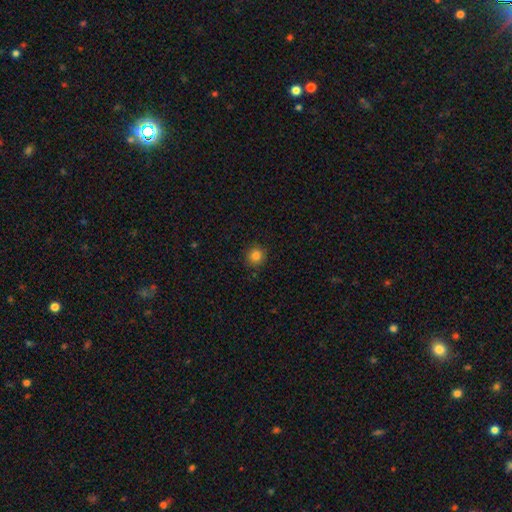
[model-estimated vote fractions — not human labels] Smooth or featured?
  - smooth: 83% *
  - star or artifact: 12%
  - featured or disk: 5%
How rounded?
  - round: 93% *
  - in between: 6%
  - cigar-shaped: 1%
Merging?
  - none: 90% *
  - minor disturbance: 7%
  - major disturbance: 2%
  - merger: 1%